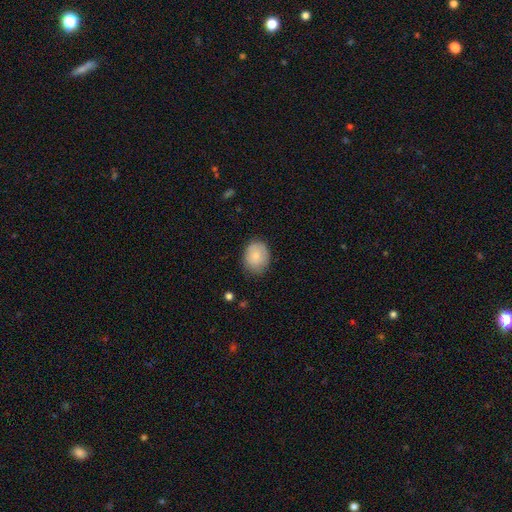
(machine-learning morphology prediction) Smooth or featured? Predicted: smooth (p=0.80). How rounded? Predicted: in between (p=0.52). Merging? Predicted: none (p=0.74).